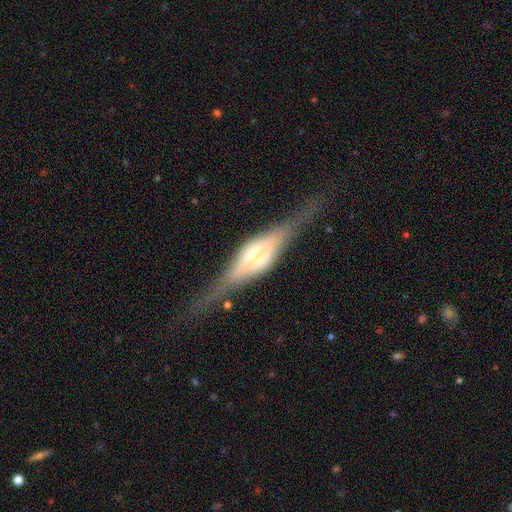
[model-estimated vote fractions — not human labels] Smooth or featured?
  - featured or disk: 78% *
  - smooth: 16%
  - star or artifact: 6%
Edge-on disk?
  - yes: 94% *
  - no: 6%
Edge-on bulge?
  - rounded: 76% *
  - boxy: 20%
  - none: 4%
Merging?
  - none: 73% *
  - minor disturbance: 17%
  - major disturbance: 8%
  - merger: 2%